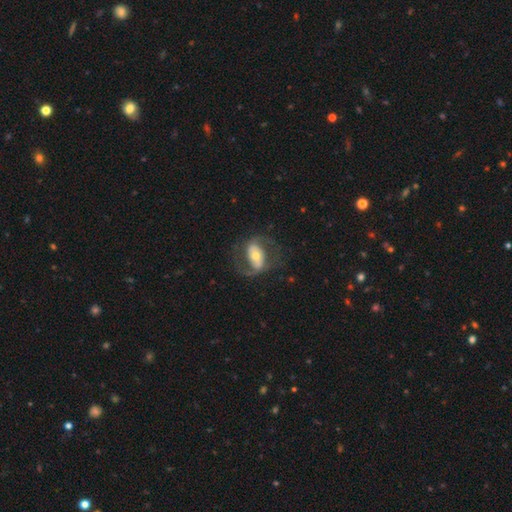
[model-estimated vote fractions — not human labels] Overall: featured or disk (76%). Edge-on disk: no (95%). Bar: strong (36%; weak 32%). Spiral arms: yes (86%). Spiral arm count: 2 (87%). Spiral winding: medium (49%; loose 35%). Bulge size: moderate (56%; small 30%). Merging: none (67%).